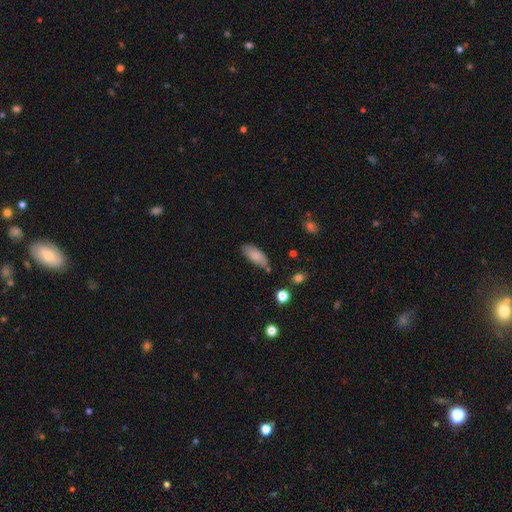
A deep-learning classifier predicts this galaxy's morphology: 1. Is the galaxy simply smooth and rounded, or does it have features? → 83% smooth, 10% featured or disk, 7% star or artifact.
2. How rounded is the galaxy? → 84% in between, 14% cigar-shaped, 2% round.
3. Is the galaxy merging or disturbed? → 73% none, 19% minor disturbance, 4% merger, 4% major disturbance.